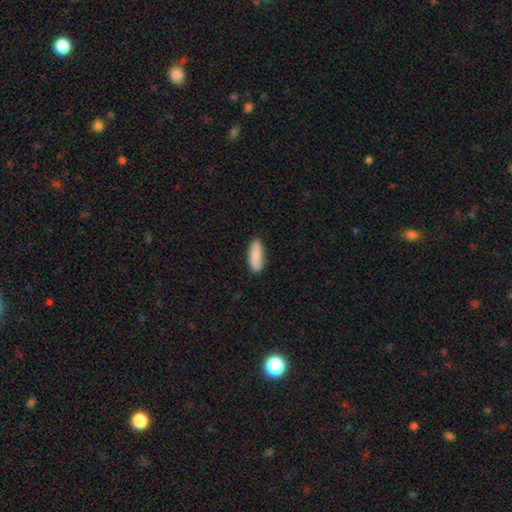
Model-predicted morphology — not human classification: smooth 76%, featured or disk 19%, star or artifact 6%. Down the decision tree: how rounded — in between (65%); merging — none (82%).